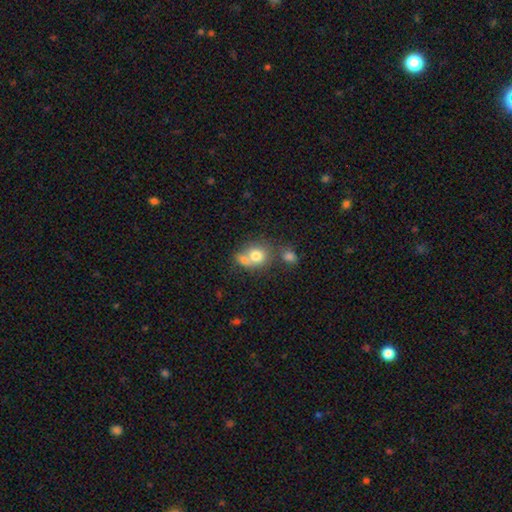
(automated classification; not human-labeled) The model was most divided on "merging": merger: 47%, none: 36%, minor disturbance: 11%, major disturbance: 6%. More confident: smooth or featured — smooth (75%); how rounded — round (70%).